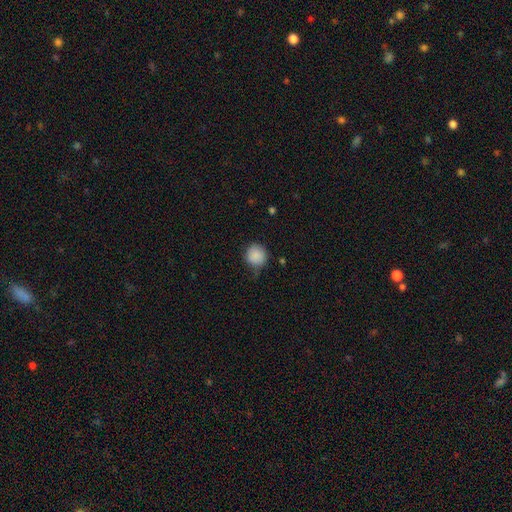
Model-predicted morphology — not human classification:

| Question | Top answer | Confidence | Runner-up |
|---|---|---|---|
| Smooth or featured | smooth | 88% | star or artifact (8%) |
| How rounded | round | 92% | in between (7%) |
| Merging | none | 75% | minor disturbance (19%) |